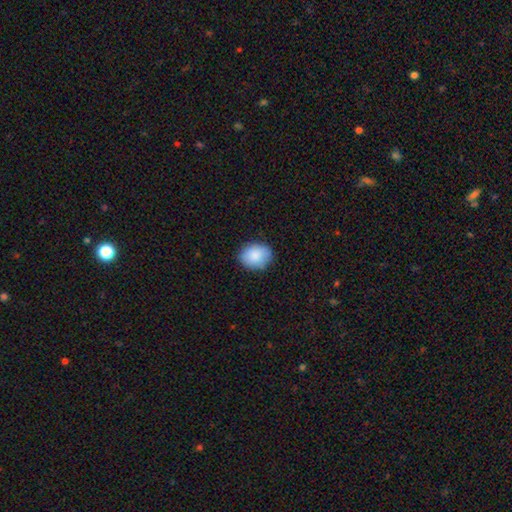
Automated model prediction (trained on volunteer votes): smooth 88%, star or artifact 7%, featured or disk 5%. Down the decision tree: how rounded — in between (56%); merging — none (84%).